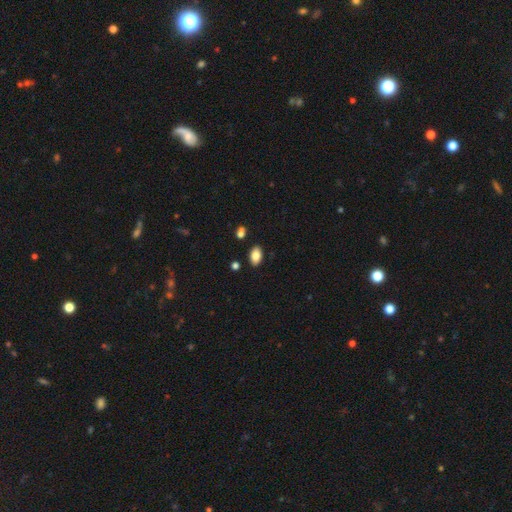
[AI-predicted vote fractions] smooth_or_featured: smooth (p=0.84) [alt: star or artifact p=0.08]
how_rounded: in between (p=0.92) [alt: round p=0.07]
merging: none (p=0.87) [alt: minor disturbance p=0.09]